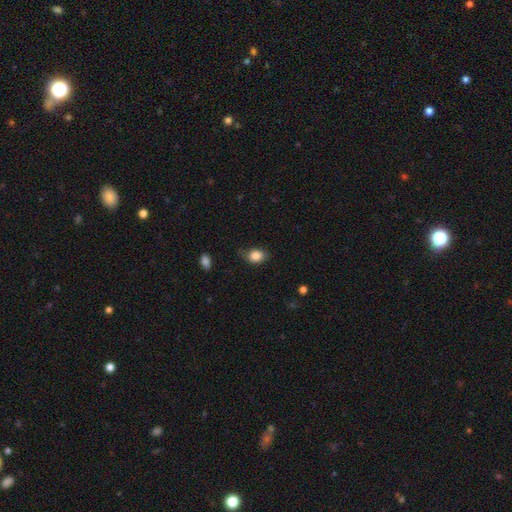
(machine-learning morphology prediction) Smooth or featured?
  - smooth: 86% *
  - star or artifact: 9%
  - featured or disk: 5%
How rounded?
  - in between: 67% *
  - round: 32%
  - cigar-shaped: 1%
Merging?
  - none: 71% *
  - minor disturbance: 23%
  - major disturbance: 5%
  - merger: 1%